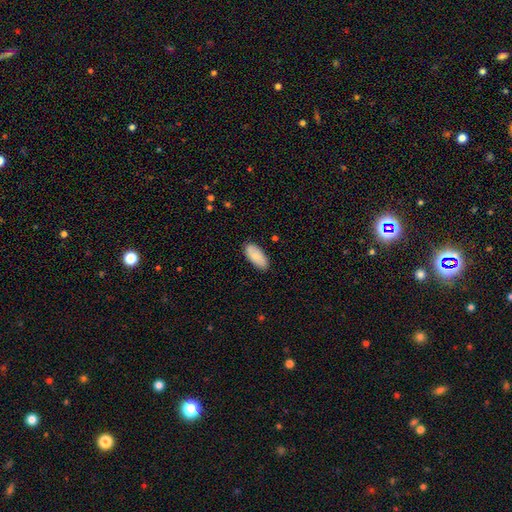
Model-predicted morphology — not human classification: smooth_or_featured: smooth (p=0.79) [alt: featured or disk p=0.15]
how_rounded: in between (p=0.90) [alt: cigar-shaped p=0.08]
merging: none (p=0.85) [alt: minor disturbance p=0.12]